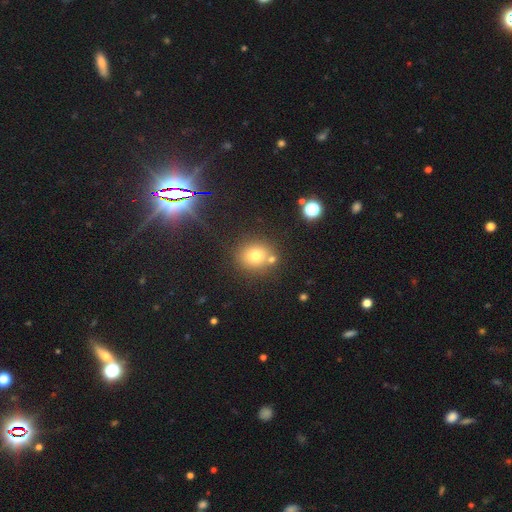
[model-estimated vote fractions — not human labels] The model was most divided on "merging": none: 71%, merger: 15%, minor disturbance: 10%, major disturbance: 4%. More confident: how rounded — round (81%); smooth or featured — smooth (73%).